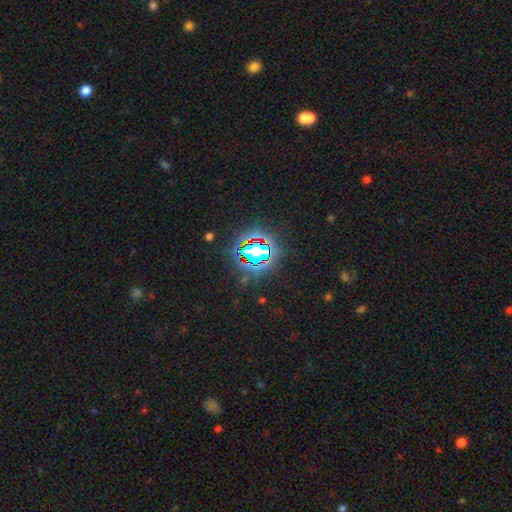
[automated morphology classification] Smooth or featured?
  - star or artifact: 83% *
  - smooth: 10%
  - featured or disk: 7%